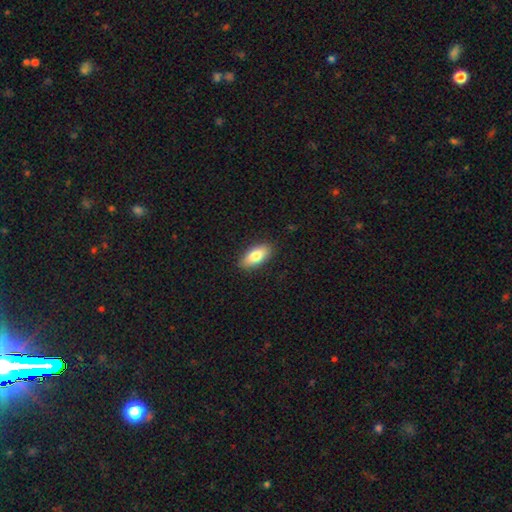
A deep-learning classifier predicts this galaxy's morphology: smooth 81%, featured or disk 12%, star or artifact 6%. Down the decision tree: how rounded — in between (88%); merging — none (88%).